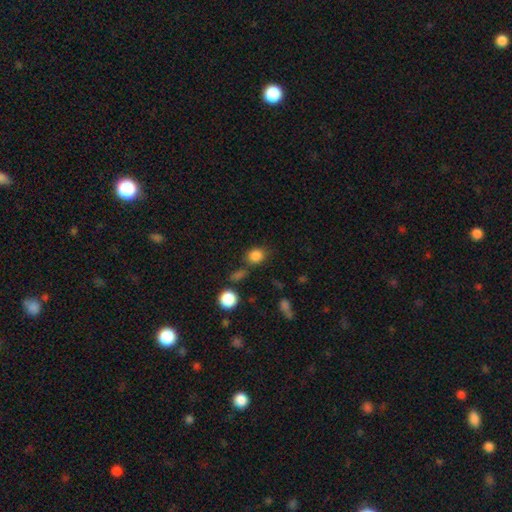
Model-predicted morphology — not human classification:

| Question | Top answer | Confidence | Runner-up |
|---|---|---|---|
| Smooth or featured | smooth | 83% | star or artifact (12%) |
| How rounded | round | 67% | in between (31%) |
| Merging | none | 70% | minor disturbance (15%) |